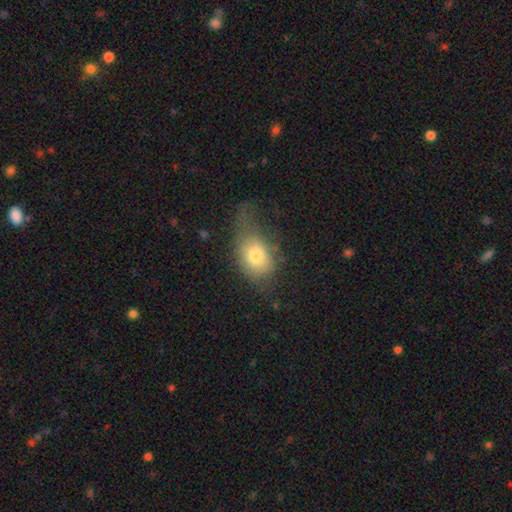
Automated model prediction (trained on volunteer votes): This appears to be a smooth galaxy with no disk features (73%) that is in between round and cigar-shaped (74%). Merging: major disturbance (40%).